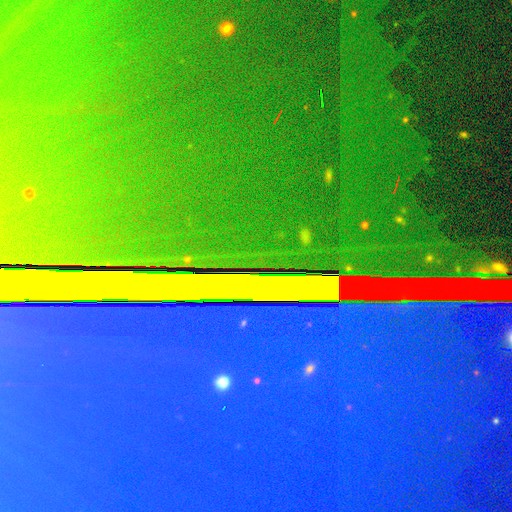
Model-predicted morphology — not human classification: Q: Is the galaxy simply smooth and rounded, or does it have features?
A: star or artifact — 84%.